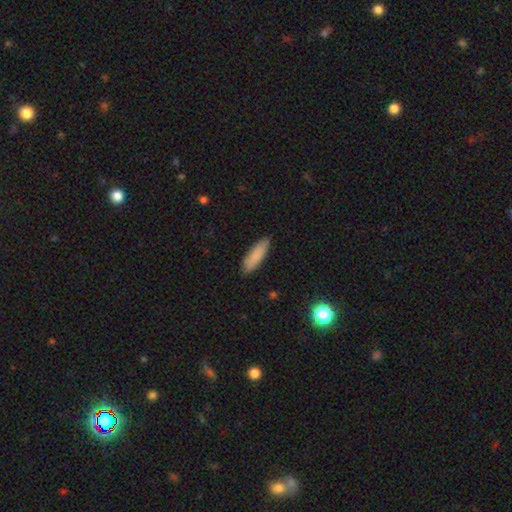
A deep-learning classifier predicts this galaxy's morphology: smooth 86%, featured or disk 8%, star or artifact 6%. Down the decision tree: how rounded — cigar-shaped (60%); merging — none (88%).